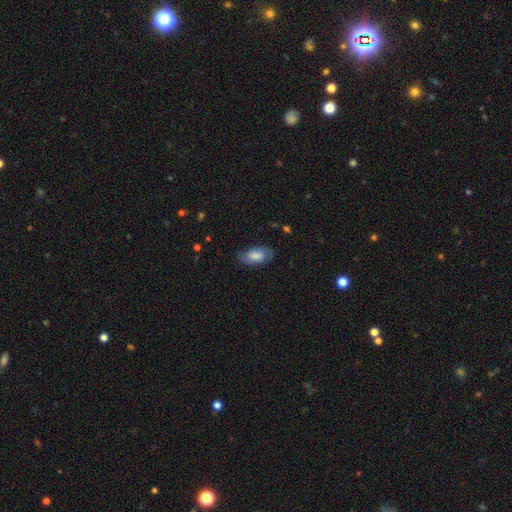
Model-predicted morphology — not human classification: The model was most divided on "smooth or featured": smooth: 58%, featured or disk: 35%, star or artifact: 7%. More confident: how rounded — in between (92%); merging — none (75%).